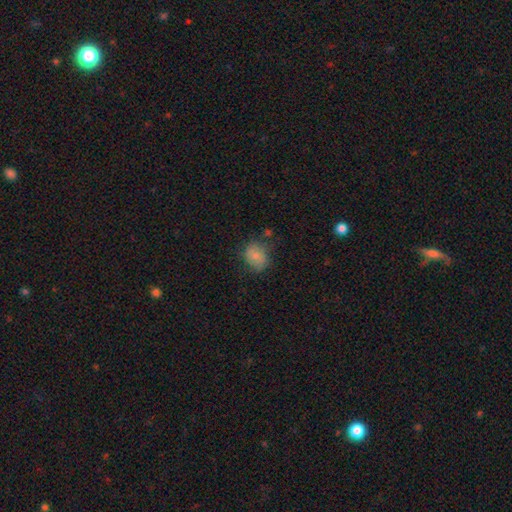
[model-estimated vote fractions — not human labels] smooth_or_featured: smooth (p=0.77) [alt: featured or disk p=0.15]
how_rounded: round (p=0.51) [alt: in between p=0.48]
merging: none (p=0.64) [alt: minor disturbance p=0.25]